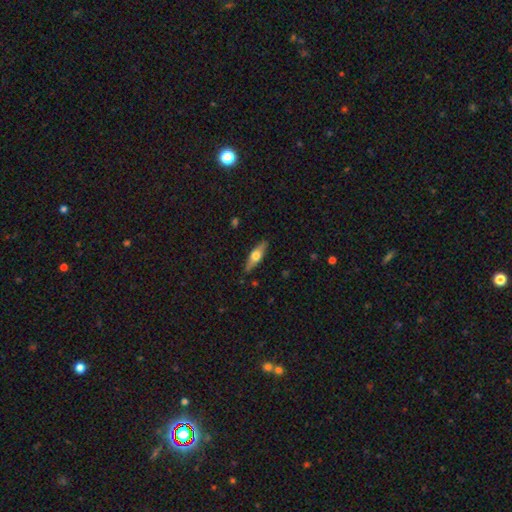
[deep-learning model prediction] Smooth or featured? featured or disk (54%)
Edge-on disk? yes (92%)
Merging? none (88%)